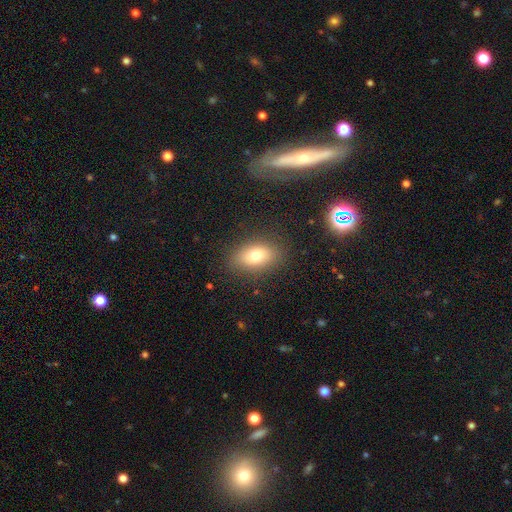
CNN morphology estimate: This is likely a smooth galaxy (75%). How rounded: clearly in between (86%). Merging: clearly none (84%).